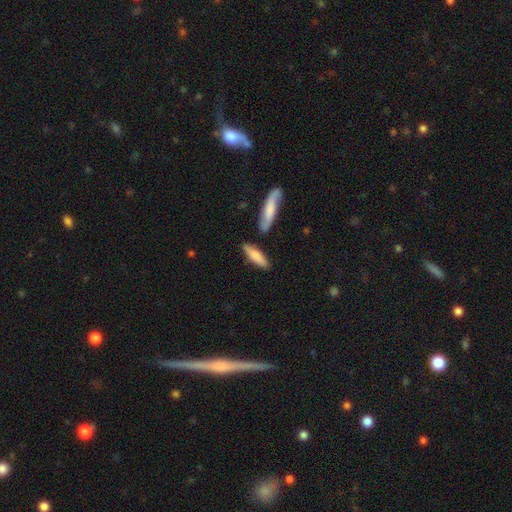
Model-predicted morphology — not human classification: A smooth galaxy with no disk features (75%) that is cigar-shaped (63%). Merging: none (75%).